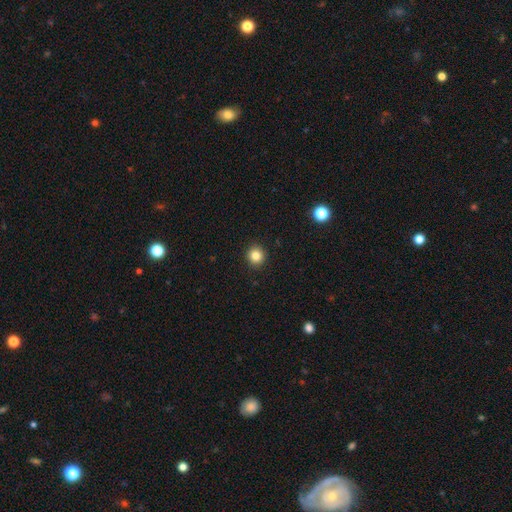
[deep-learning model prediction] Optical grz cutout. It shows a smooth galaxy with no disk features (84%) that is round (93%). Merging: none (93%).